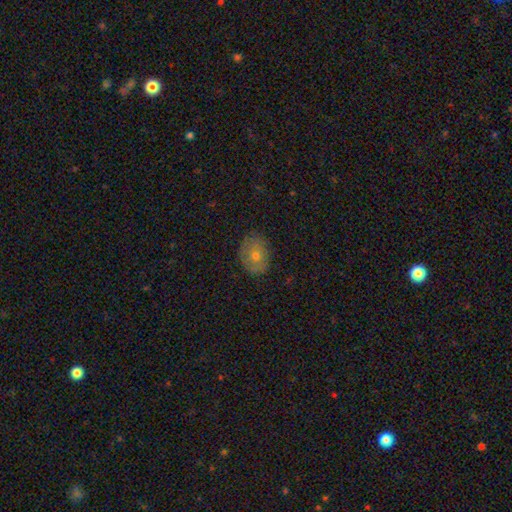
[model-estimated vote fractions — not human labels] smooth-or-featured: smooth: 61% | featured or disk: 28% | star or artifact: 11%
  how-rounded: in between: 60% | round: 39% | cigar-shaped: 1%
  merging: none: 79% | minor disturbance: 16% | major disturbance: 4% | merger: 1%